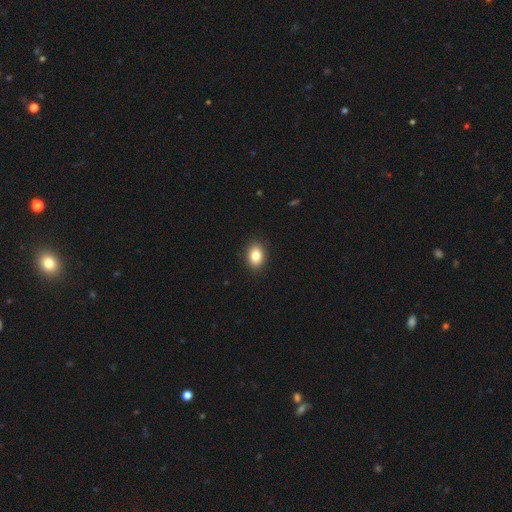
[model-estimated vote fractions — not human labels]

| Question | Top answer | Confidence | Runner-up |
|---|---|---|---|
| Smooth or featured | smooth | 83% | star or artifact (9%) |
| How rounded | in between | 71% | round (28%) |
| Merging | none | 90% | minor disturbance (7%) |